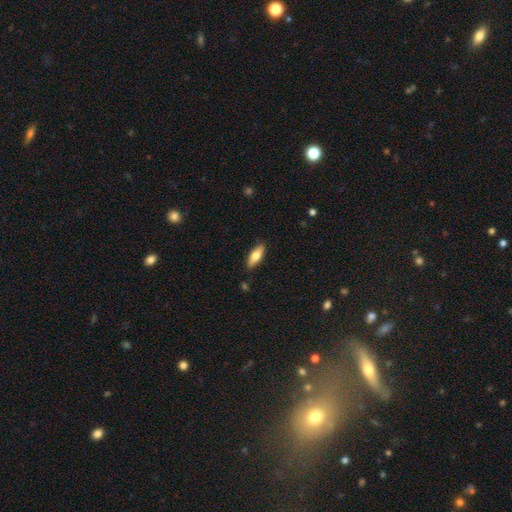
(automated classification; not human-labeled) smooth-or-featured: smooth: 71% | featured or disk: 23% | star or artifact: 6%
  how-rounded: in between: 65% | cigar-shaped: 33% | round: 2%
  merging: none: 86% | minor disturbance: 11% | major disturbance: 2% | merger: 1%